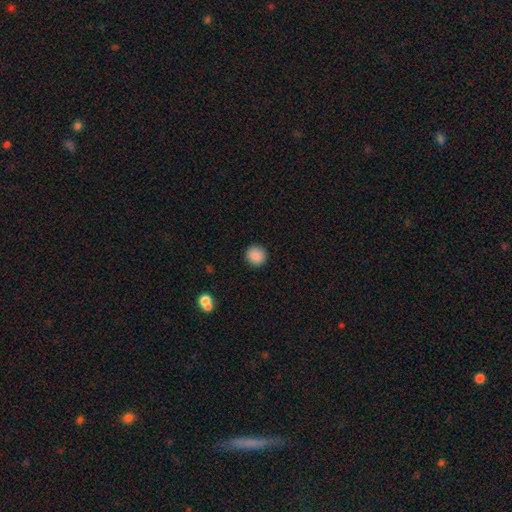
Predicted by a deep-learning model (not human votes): Q: Smooth or featured?
A: smooth (88%); runner-up: star or artifact (9%)
Q: How rounded?
A: round (90%); runner-up: in between (9%)
Q: Merging?
A: none (91%); runner-up: minor disturbance (6%)